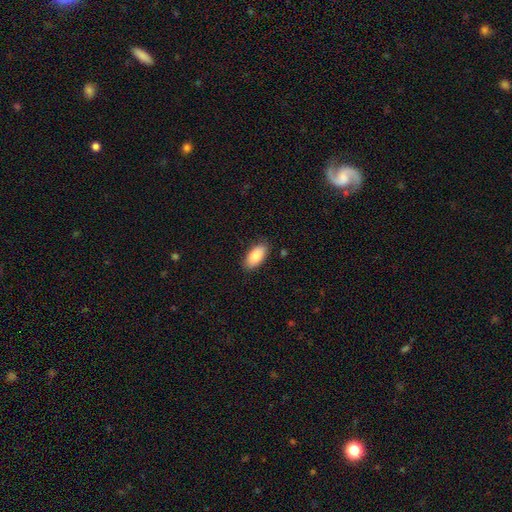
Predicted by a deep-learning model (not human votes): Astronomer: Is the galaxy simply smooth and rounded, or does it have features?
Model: smooth — 88%.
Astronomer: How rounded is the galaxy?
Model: in between — 93%.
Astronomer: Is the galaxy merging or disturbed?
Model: none — 87%.